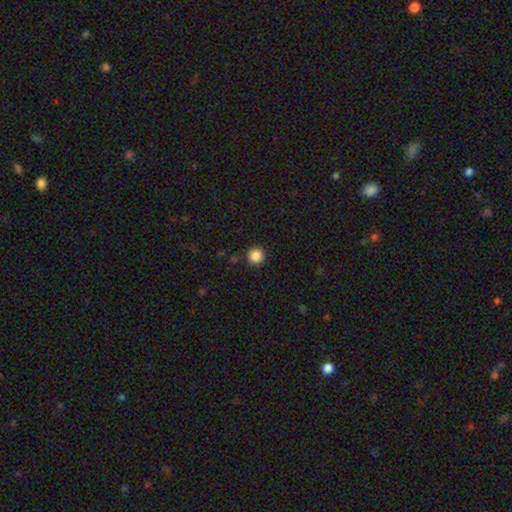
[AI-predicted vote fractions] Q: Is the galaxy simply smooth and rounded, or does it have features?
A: smooth — 87%.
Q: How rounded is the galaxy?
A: round — 95%.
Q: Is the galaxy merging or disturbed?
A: none — 92%.